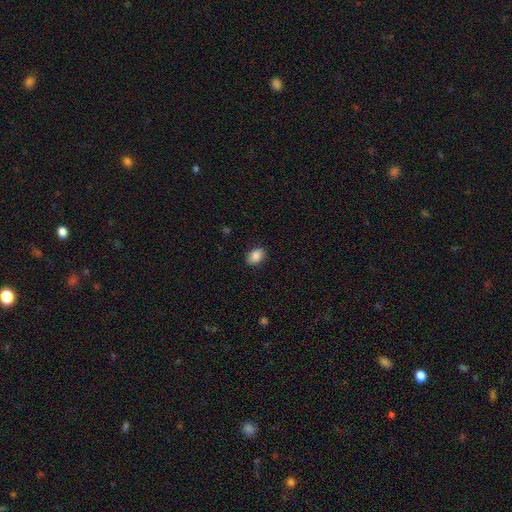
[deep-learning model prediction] Overall: smooth (87%). How rounded: in between (73%). Merging: none (88%).